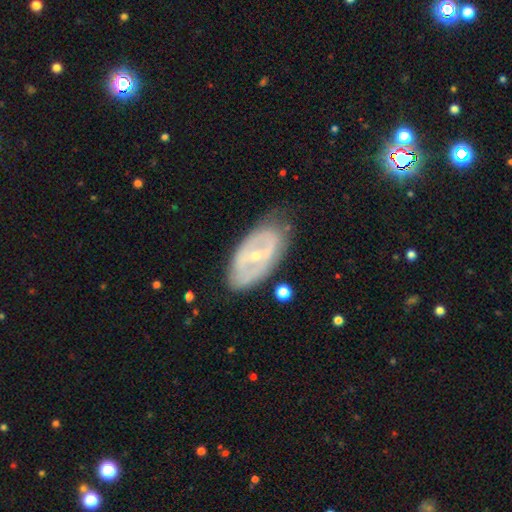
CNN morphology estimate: A featured or disk galaxy (72%) with no bar (37%), no spiral arms (57%) and a small central bulge (70%). Merging: none (71%).